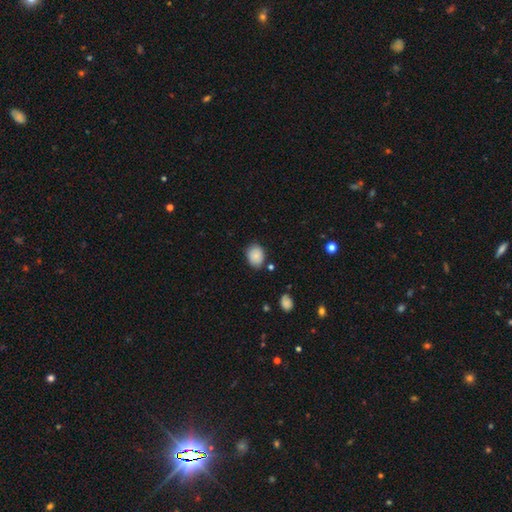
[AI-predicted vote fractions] smooth-or-featured: smooth: 84% | star or artifact: 8% | featured or disk: 8%
  how-rounded: in between: 55% | round: 44% | cigar-shaped: 1%
  merging: none: 76% | minor disturbance: 18% | merger: 4% | major disturbance: 3%